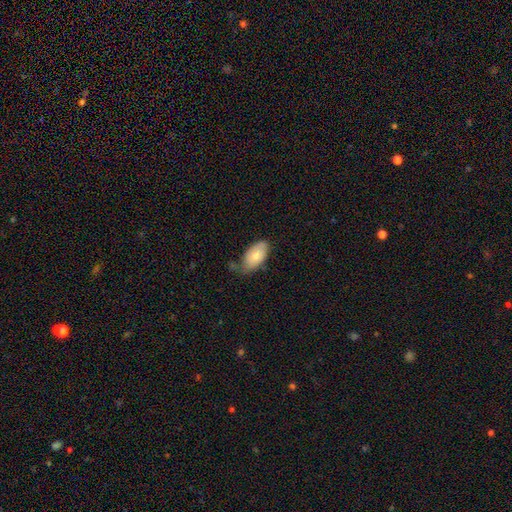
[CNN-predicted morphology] This is likely a smooth galaxy (73%). How rounded: clearly in between (94%). Merging: possibly none (51%).